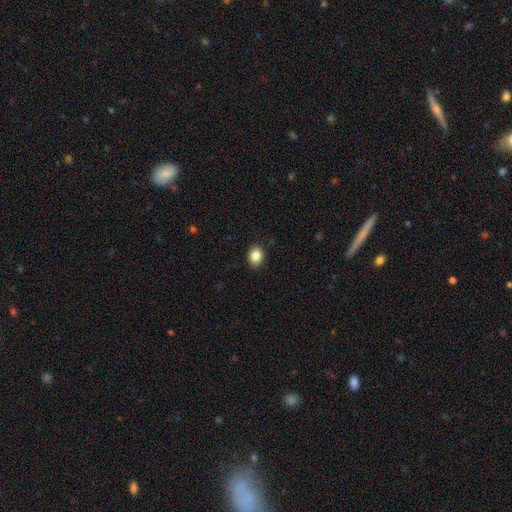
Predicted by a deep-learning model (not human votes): Smooth or featured: smooth — 86% (star or artifact — 9%)
How rounded: in between — 55% (round — 44%)
Merging: none — 89% (minor disturbance — 8%)